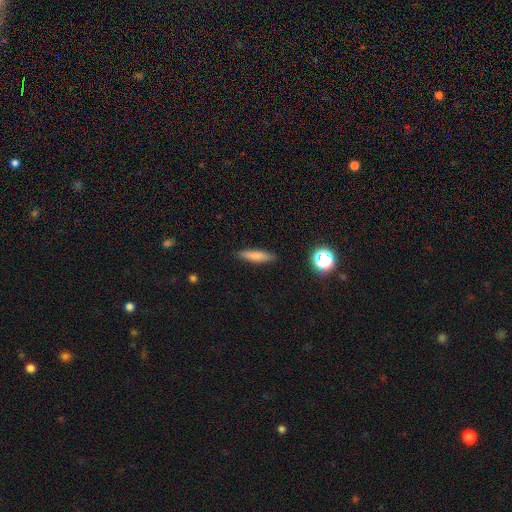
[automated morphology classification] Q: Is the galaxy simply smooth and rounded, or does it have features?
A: smooth — 77%.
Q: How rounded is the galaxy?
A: cigar-shaped — 80%.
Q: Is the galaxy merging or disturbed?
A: none — 88%.